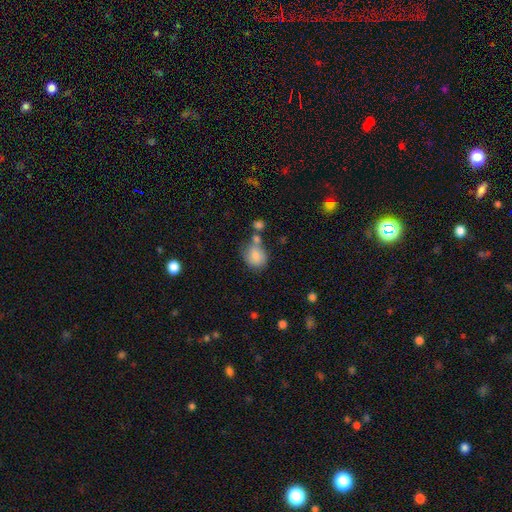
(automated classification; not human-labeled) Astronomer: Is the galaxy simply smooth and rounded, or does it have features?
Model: smooth — 81%.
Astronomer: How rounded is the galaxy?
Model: round — 59% (runner-up: in between, 39%).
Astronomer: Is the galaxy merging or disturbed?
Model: none — 50%.